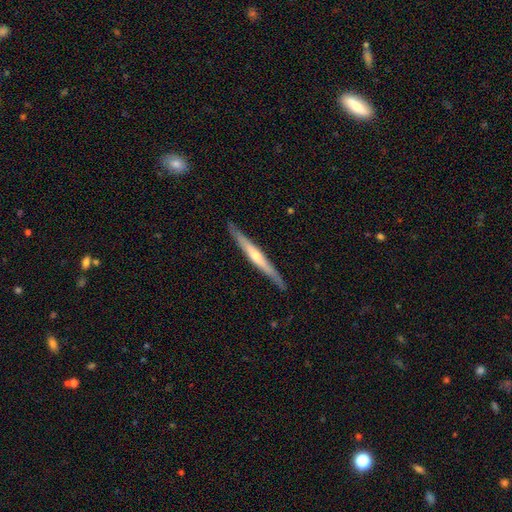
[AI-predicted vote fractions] Morphology: type=featured or disk (68%); edge-on=yes (96%); edge-on bulge=rounded (67%); merging=none (89%).